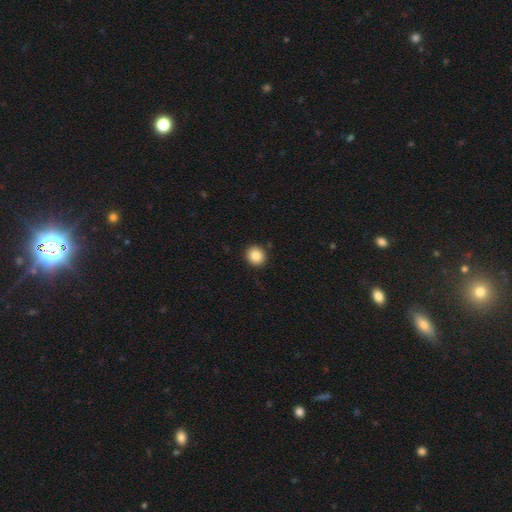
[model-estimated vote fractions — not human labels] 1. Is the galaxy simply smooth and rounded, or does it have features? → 86% smooth, 9% star or artifact, 5% featured or disk.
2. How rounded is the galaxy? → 81% round, 18% in between, 1% cigar-shaped.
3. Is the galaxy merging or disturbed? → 91% none, 6% minor disturbance, 2% major disturbance, 1% merger.